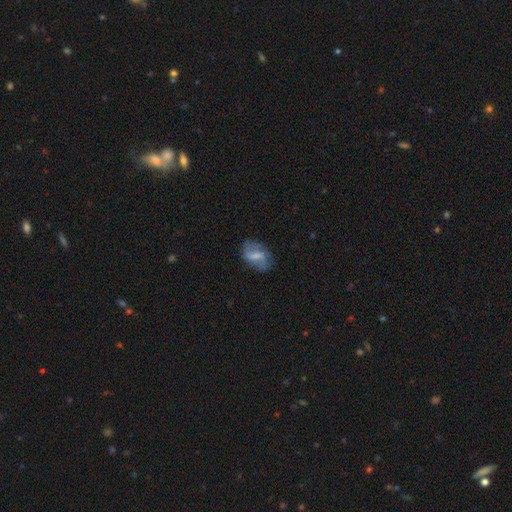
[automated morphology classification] Smooth or featured: featured or disk — 61% (smooth — 31%)
Edge-on disk: no — 96% (yes — 4%)
Bar: weak — 47% (strong — 38%)
Spiral arms: yes — 78% (no — 22%)
Bulge size: none — 38% (small — 29%)
Merging: none — 65% (minor disturbance — 22%)